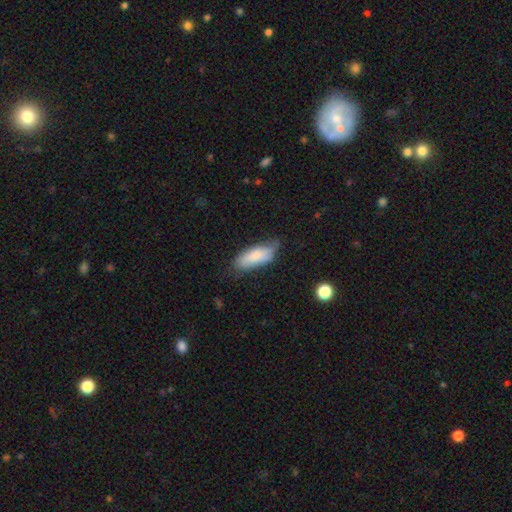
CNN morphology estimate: Overall: smooth (80%). How rounded: in between (75%). Merging: none (65%; minor disturbance 28%).